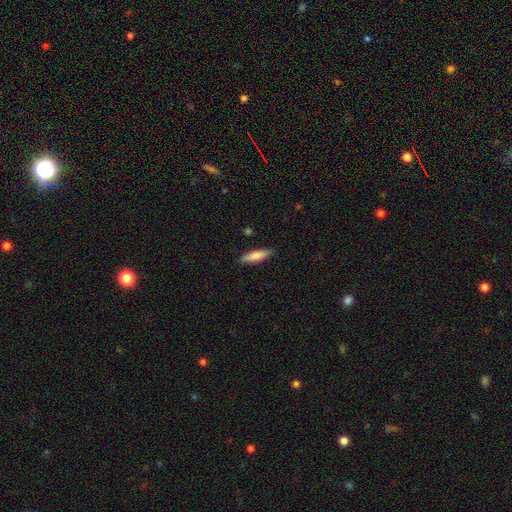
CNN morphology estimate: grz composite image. It shows a smooth galaxy with no disk features (77%) that is cigar-shaped (76%). Merging: none (88%).